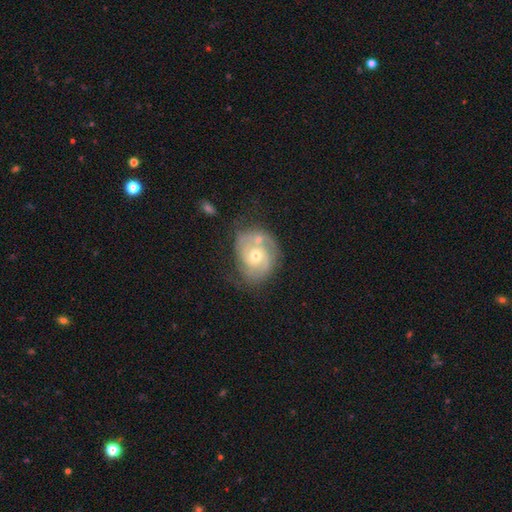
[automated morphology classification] Smooth or featured?
  - featured or disk: 81% *
  - smooth: 13%
  - star or artifact: 6%
Edge-on disk?
  - no: 98% *
  - yes: 2%
Bar?
  - no: 72% *
  - weak: 24%
  - strong: 4%
Spiral arms?
  - yes: 93% *
  - no: 7%
Spiral winding?
  - tight: 57% *
  - medium: 34%
  - loose: 9%
Spiral arm count?
  - 2: 58% *
  - can't tell: 17%
  - 3: 15%
  - 1: 4%
  - 4: 3%
  - more than 4: 2%
Bulge size?
  - moderate: 53% *
  - small: 44%
  - large: 2%
  - none: 1%
  - dominant: 1%
Merging?
  - none: 55% *
  - minor disturbance: 20%
  - merger: 15%
  - major disturbance: 10%